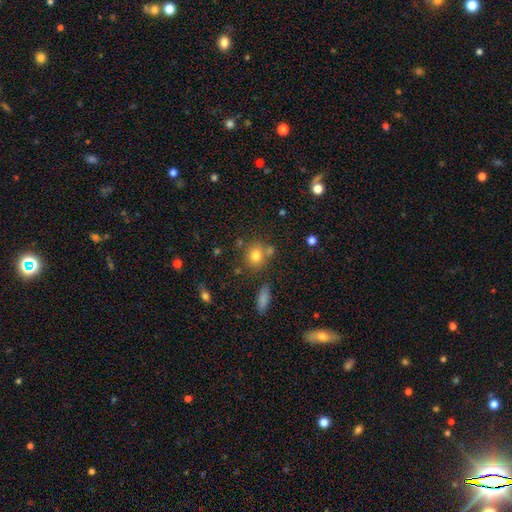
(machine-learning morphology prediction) A smooth galaxy with no disk features (78%) that is round (75%). Merging: none (64%).